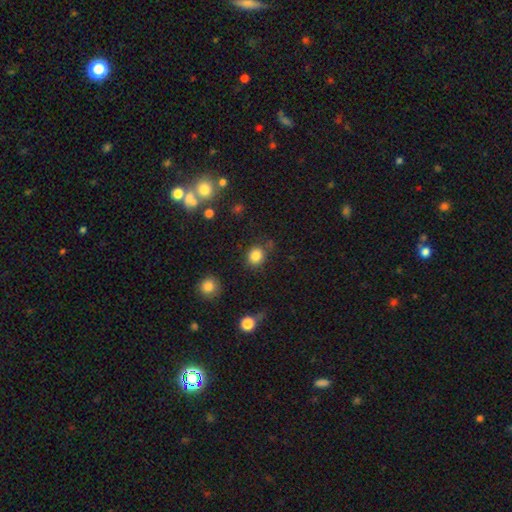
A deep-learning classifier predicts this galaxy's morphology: type=smooth (84%); roundness=round (77%); merging=none (79%).